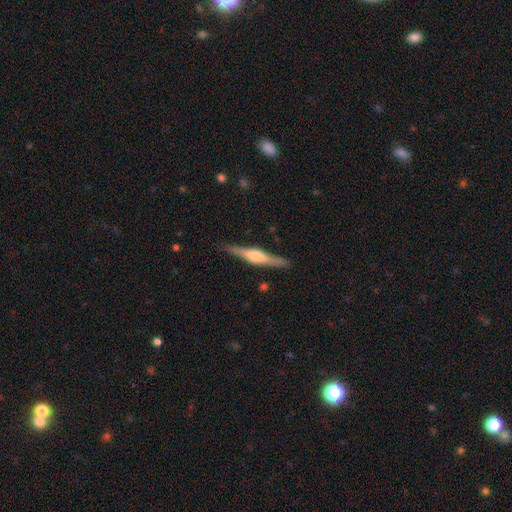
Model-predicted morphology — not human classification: A featured or disk galaxy (71%) viewed edge-on (98%) with a rounded central bulge (87%). Merging: none (89%).